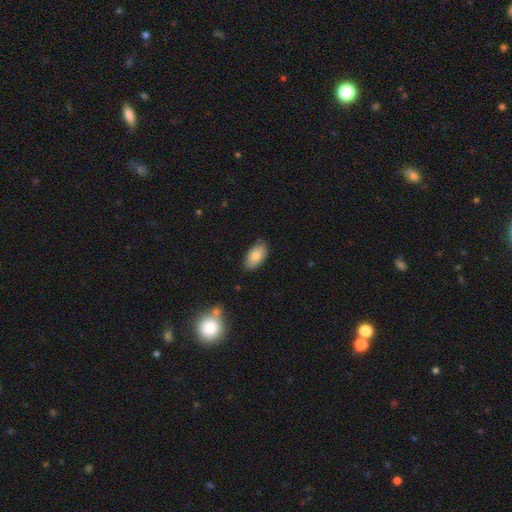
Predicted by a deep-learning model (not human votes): The model was most divided on "merging": none: 81%, minor disturbance: 15%, major disturbance: 2%, merger: 1%. More confident: how rounded — in between (94%); smooth or featured — smooth (81%).